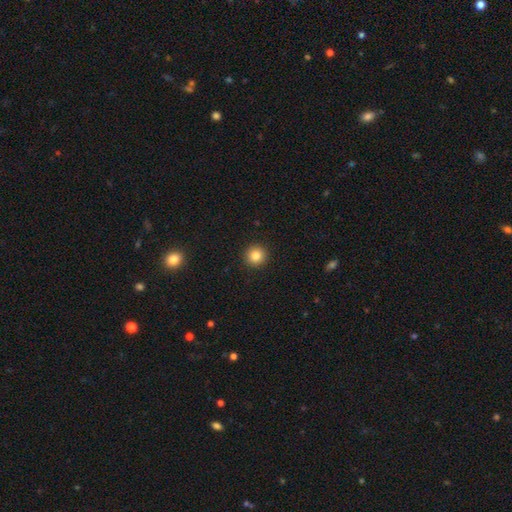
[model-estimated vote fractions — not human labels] This appears to be a smooth galaxy with no disk features (84%) that is round (95%). Merging: none (93%).